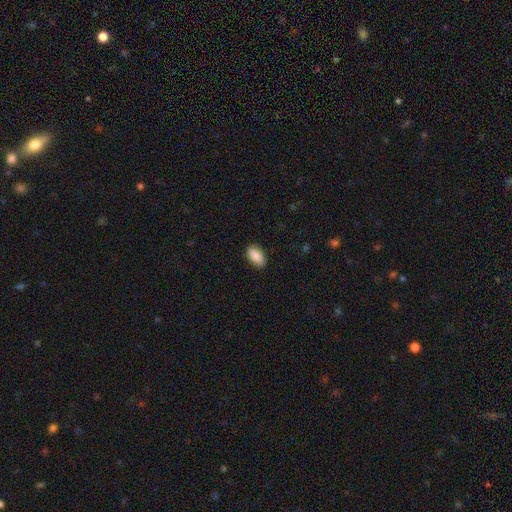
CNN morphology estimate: smooth_or_featured: smooth (p=0.85) [alt: featured or disk p=0.08]
how_rounded: in between (p=0.92) [alt: cigar-shaped p=0.04]
merging: none (p=0.85) [alt: minor disturbance p=0.11]